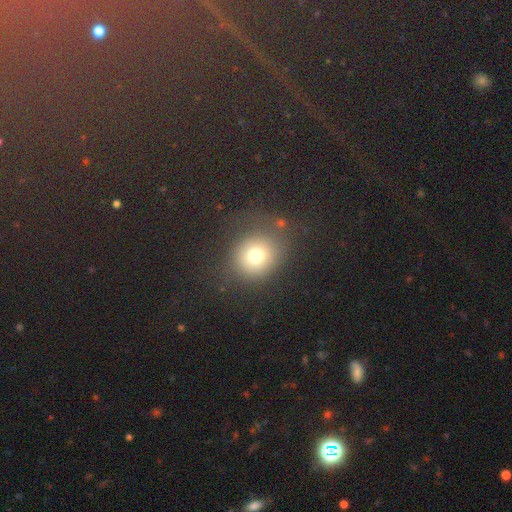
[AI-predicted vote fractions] This appears to be a smooth galaxy with no disk features (73%) that is round (84%). Merging: none (75%).